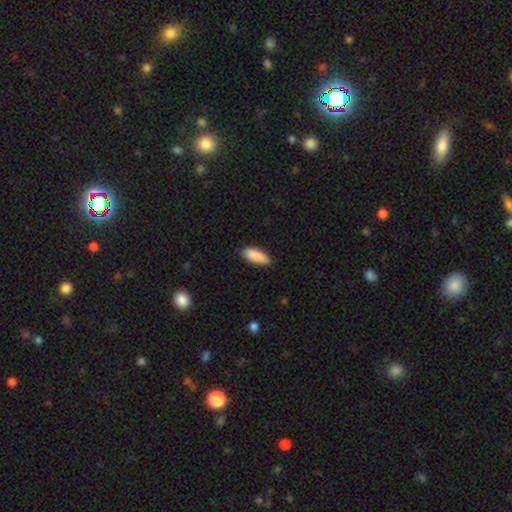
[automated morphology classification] Smooth or featured?
  - smooth: 90% *
  - star or artifact: 6%
  - featured or disk: 4%
How rounded?
  - in between: 77% *
  - cigar-shaped: 22%
  - round: 2%
Merging?
  - none: 80% *
  - minor disturbance: 16%
  - major disturbance: 2%
  - merger: 1%